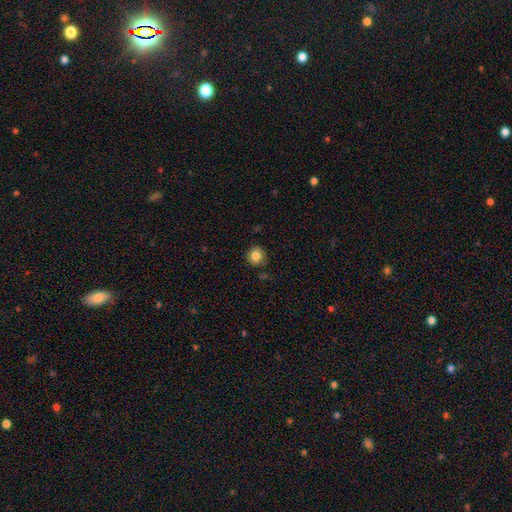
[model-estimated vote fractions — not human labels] Overall: smooth (84%). How rounded: round (90%). Merging: none (85%).